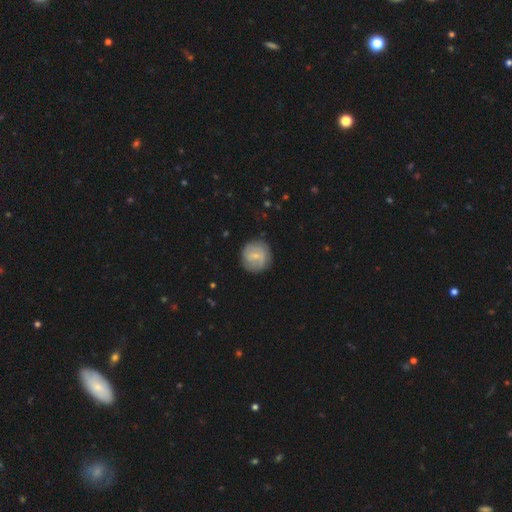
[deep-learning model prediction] Smooth or featured? Predicted: smooth (p=0.53). How rounded? Predicted: round (p=0.92). Merging? Predicted: none (p=0.83).